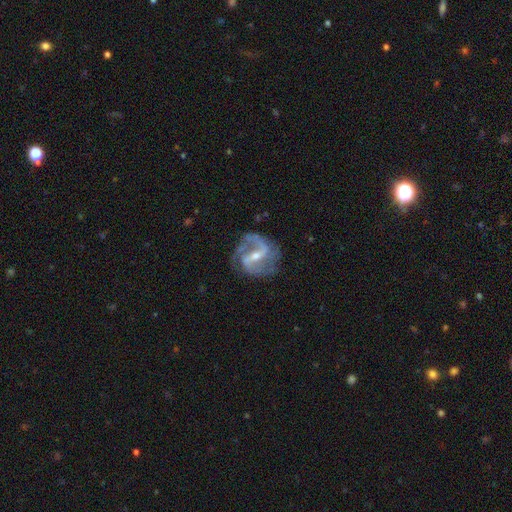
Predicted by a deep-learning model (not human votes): Morphology: type=featured or disk (90%); edge-on=no (97%); bar=strong (46%); spiral arms=yes (97%); winding=medium (54%); arm count=2 (86%); bulge=small (53%); merging=none (72%).